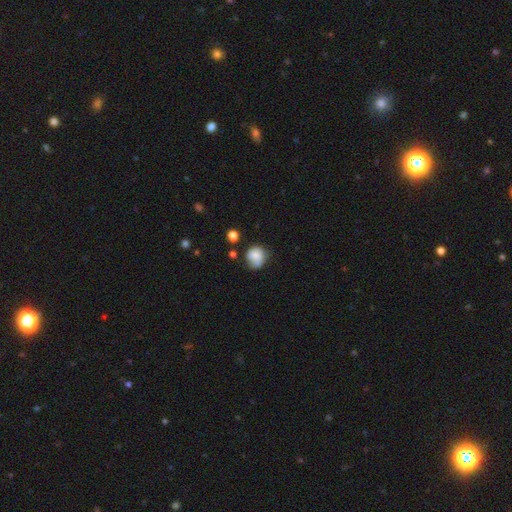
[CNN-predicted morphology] The model was most divided on "merging": none: 50%, minor disturbance: 34%, major disturbance: 11%, merger: 5%. More confident: how rounded — round (73%); smooth or featured — smooth (72%).